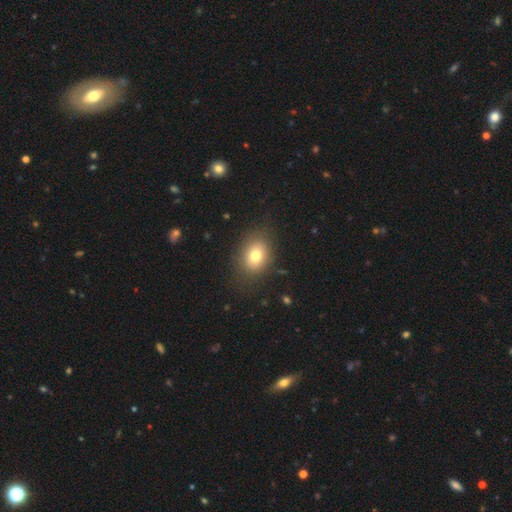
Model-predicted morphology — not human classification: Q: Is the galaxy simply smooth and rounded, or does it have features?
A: smooth — 76%.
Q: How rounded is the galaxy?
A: in between — 59%.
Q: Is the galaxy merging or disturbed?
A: none — 82%.